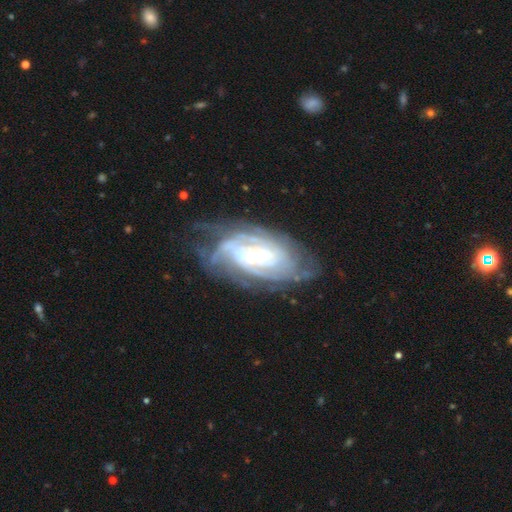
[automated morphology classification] Smooth or featured?
  - featured or disk: 85% *
  - smooth: 8%
  - star or artifact: 6%
Edge-on disk?
  - no: 95% *
  - yes: 5%
Bar?
  - weak: 38% * (tied)
  - no: 38% * (tied)
  - strong: 24%
Spiral arms?
  - yes: 94% *
  - no: 6%
Spiral winding?
  - tight: 68% *
  - medium: 26%
  - loose: 6%
Spiral arm count?
  - can't tell: 38% *
  - 2: 19%
  - 3: 15%
  - 4: 14%
  - more than 4: 8%
  - 1: 5%
Bulge size?
  - small: 63% *
  - moderate: 23%
  - none: 7%
  - large: 5%
  - dominant: 2%
Merging?
  - none: 62% *
  - minor disturbance: 22%
  - major disturbance: 13%
  - merger: 3%